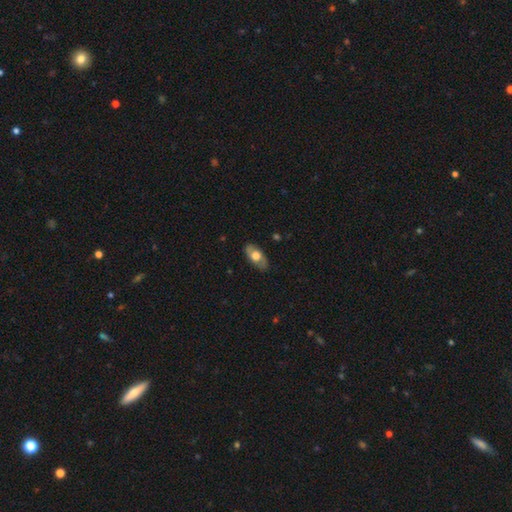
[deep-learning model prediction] smooth-or-featured: smooth: 57% | featured or disk: 37% | star or artifact: 6%
  how-rounded: in between: 89% | round: 5% | cigar-shaped: 5%
  merging: none: 83% | minor disturbance: 13% | major disturbance: 3% | merger: 1%